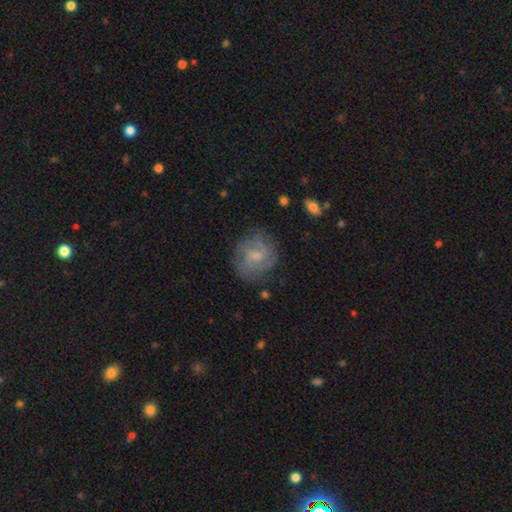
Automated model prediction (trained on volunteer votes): Q: Smooth or featured?
A: featured or disk (74%); runner-up: smooth (20%)
Q: Edge-on disk?
A: no (98%); runner-up: yes (2%)
Q: Bar?
A: weak (50%); runner-up: no (43%)
Q: Spiral arms?
A: yes (93%); runner-up: no (7%)
Q: Spiral winding?
A: tight (48%); runner-up: medium (41%)
Q: Spiral arm count?
A: 2 (55%); runner-up: can't tell (19%)
Q: Bulge size?
A: small (54%); runner-up: moderate (30%)
Q: Merging?
A: none (77%); runner-up: minor disturbance (16%)